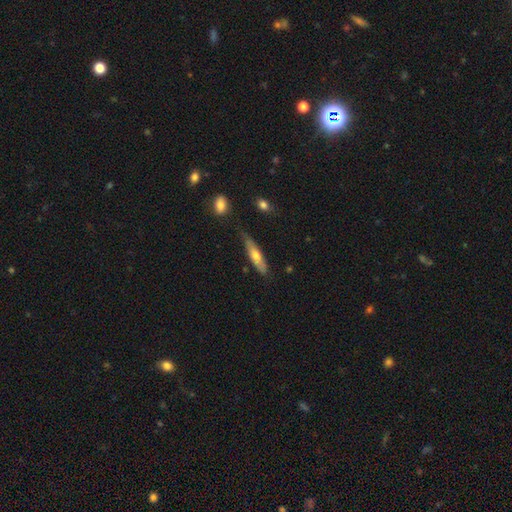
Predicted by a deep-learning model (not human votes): smooth-or-featured: smooth: 60% | featured or disk: 34% | star or artifact: 6%
  how-rounded: cigar-shaped: 73% | in between: 25% | round: 2%
  merging: none: 64% | minor disturbance: 27% | major disturbance: 6% | merger: 4%